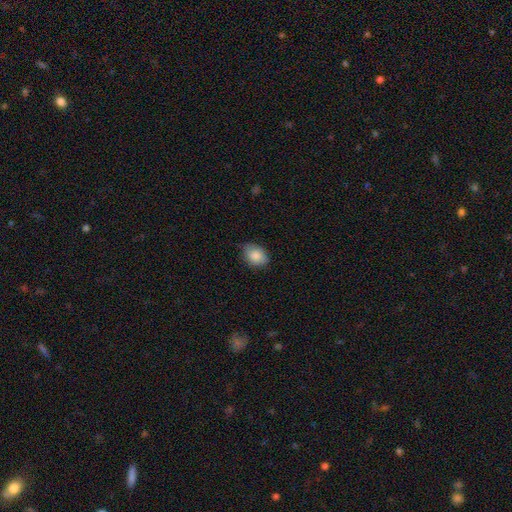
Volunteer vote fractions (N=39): smooth-or-featured: smooth: 87% | star or artifact: 8% | featured or disk: 5%
  how-rounded: in between: 82% | round: 18% | cigar-shaped: 0%
  merging: none: 75% | minor disturbance: 17% | major disturbance: 8% | merger: 0%